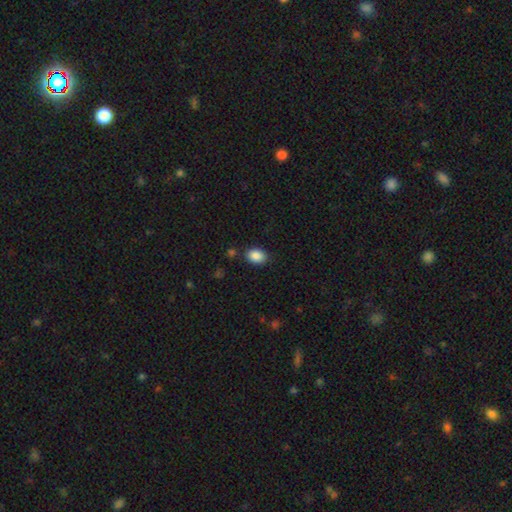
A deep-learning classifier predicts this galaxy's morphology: A smooth galaxy with no disk features (88%) that is in between round and cigar-shaped (71%).

Vote fractions:
- Smooth or featured? smooth: 88% / star or artifact: 8% / featured or disk: 4%
- How rounded? in between: 71% / round: 28% / cigar-shaped: 1%
- Merging? none: 84% / minor disturbance: 11% / merger: 3% / major disturbance: 3%